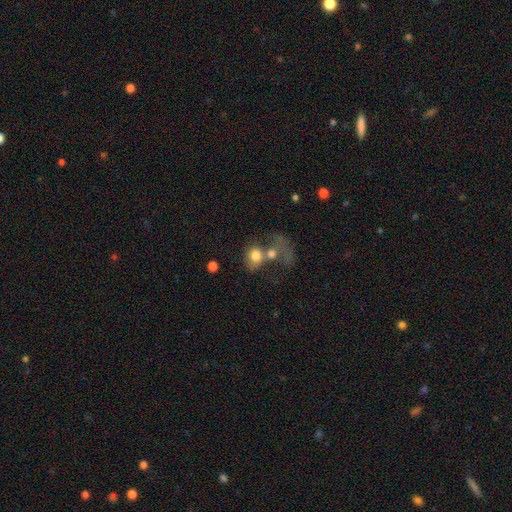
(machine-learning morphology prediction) This appears to be a smooth galaxy with no disk features (72%) that is round (54%). Merging: merger (55%).